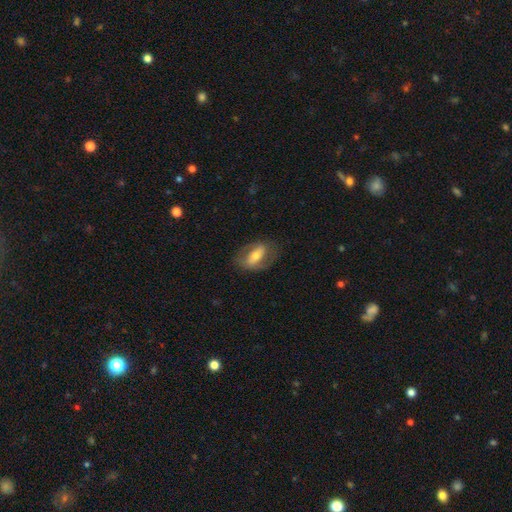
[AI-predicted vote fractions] smooth-or-featured: featured or disk: 52% | smooth: 41% | star or artifact: 7%
  disk-edge-on: no: 88% | yes: 12%
  merging: none: 69% | minor disturbance: 18% | major disturbance: 11% | merger: 1%